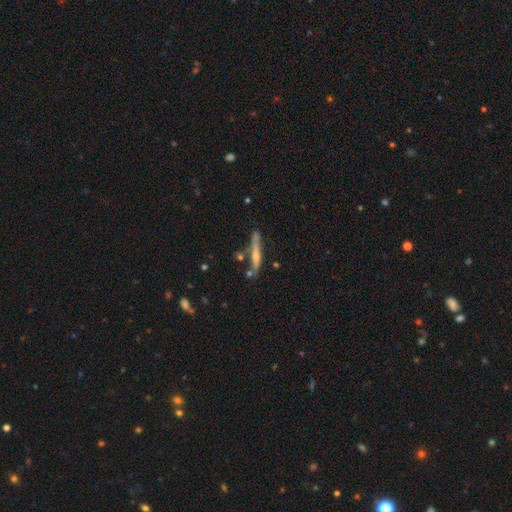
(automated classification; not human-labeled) This is likely a featured or disk galaxy (61%). It is clearly viewed edge-on (94%). Edge-on bulge: likely rounded (68%). Merging: likely none (73%).